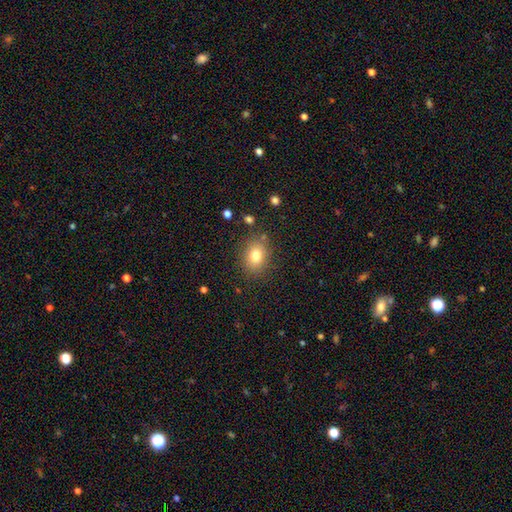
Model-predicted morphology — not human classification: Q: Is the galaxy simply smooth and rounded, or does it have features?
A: smooth — 79%.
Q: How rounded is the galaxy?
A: in between — 56%.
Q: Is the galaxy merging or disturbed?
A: none — 83%.